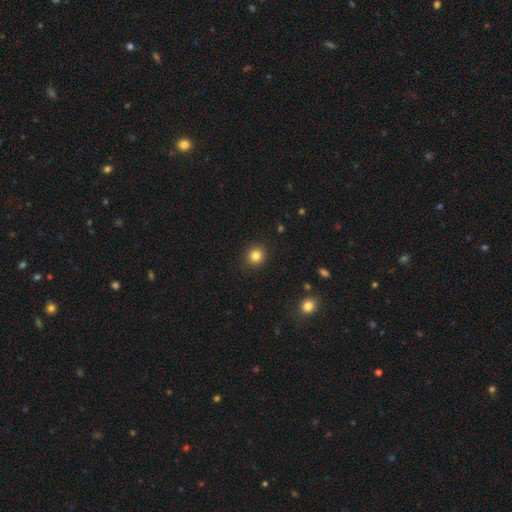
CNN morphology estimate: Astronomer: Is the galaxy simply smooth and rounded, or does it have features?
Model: smooth — 83%.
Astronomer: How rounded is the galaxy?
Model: round — 85%.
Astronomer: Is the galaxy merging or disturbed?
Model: none — 90%.